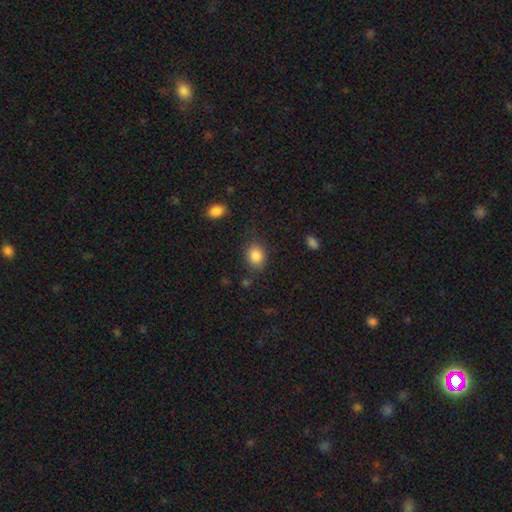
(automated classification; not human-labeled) smooth-or-featured: smooth: 86% | star or artifact: 9% | featured or disk: 5%
  how-rounded: round: 56% | in between: 43% | cigar-shaped: 1%
  merging: none: 77% | minor disturbance: 15% | major disturbance: 5% | merger: 2%